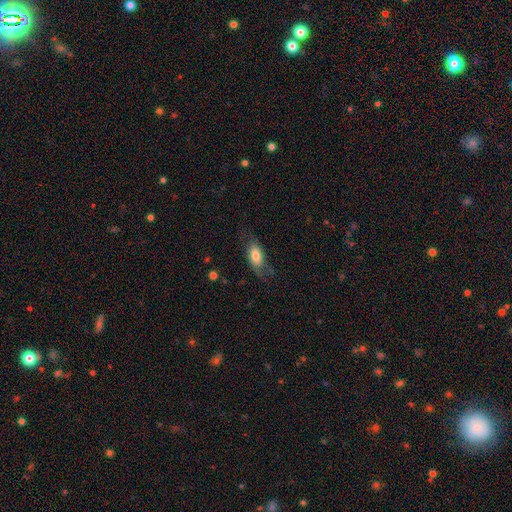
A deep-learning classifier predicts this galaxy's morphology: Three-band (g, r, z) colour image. It shows a smooth galaxy with no disk features (65%) that is in between round and cigar-shaped (84%). Merging: none (59%).